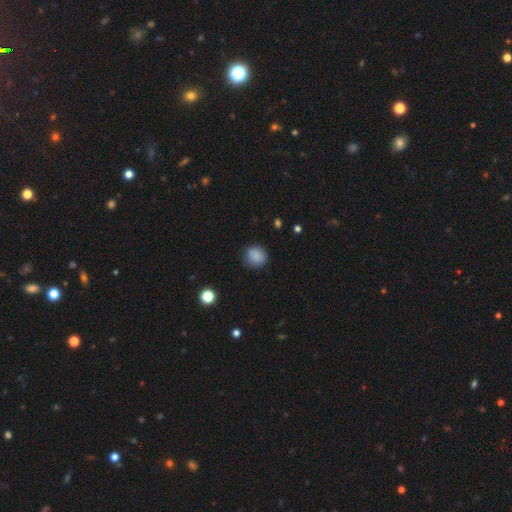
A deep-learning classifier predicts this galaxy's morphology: Overall: smooth (86%). How rounded: round (85%). Merging: none (81%).